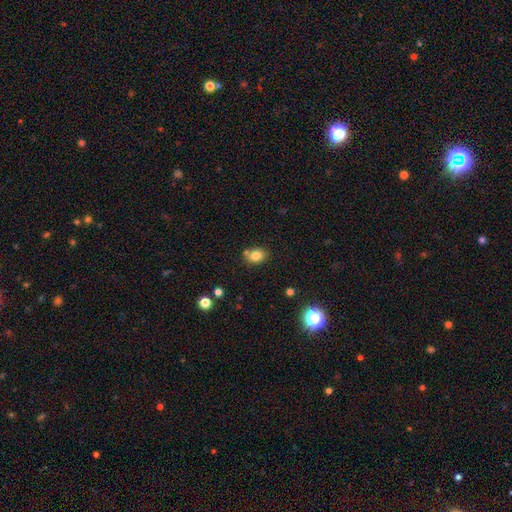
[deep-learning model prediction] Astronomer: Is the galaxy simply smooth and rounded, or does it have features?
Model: smooth — 81%.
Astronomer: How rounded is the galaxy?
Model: in between — 56% (runner-up: round, 43%).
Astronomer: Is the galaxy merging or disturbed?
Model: none — 70%.